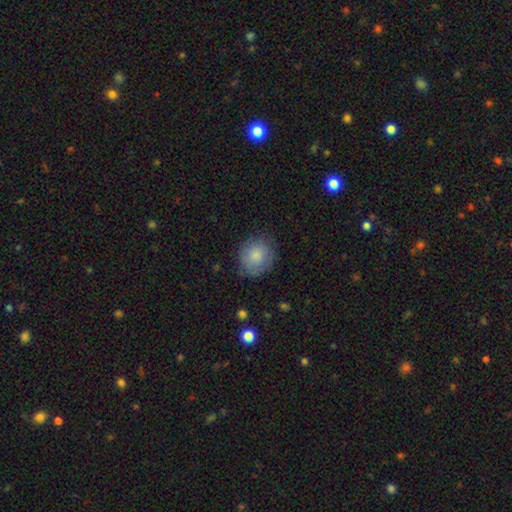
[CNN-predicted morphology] This is likely a smooth galaxy (77%). How rounded: likely round (75%). Merging: likely none (74%).